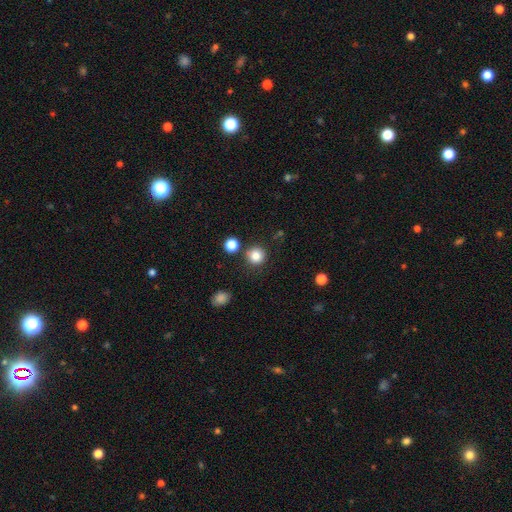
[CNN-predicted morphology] smooth-or-featured: smooth: 84% | star or artifact: 11% | featured or disk: 5%
  how-rounded: round: 92% | in between: 7% | cigar-shaped: 1%
  merging: none: 82% | minor disturbance: 9% | merger: 7% | major disturbance: 3%